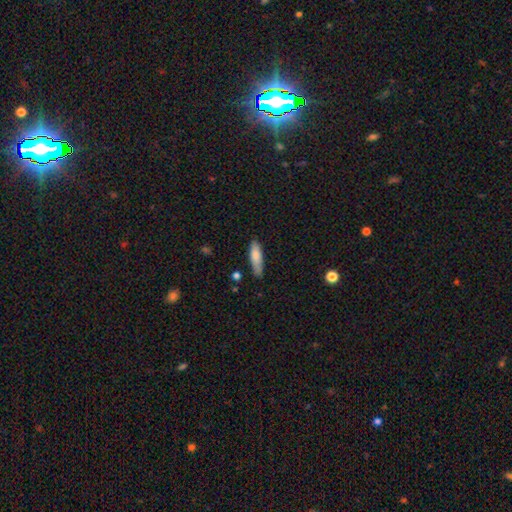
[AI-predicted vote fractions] Q: Smooth or featured?
A: smooth (81%); runner-up: featured or disk (13%)
Q: How rounded?
A: cigar-shaped (63%); runner-up: in between (36%)
Q: Merging?
A: none (73%); runner-up: minor disturbance (21%)